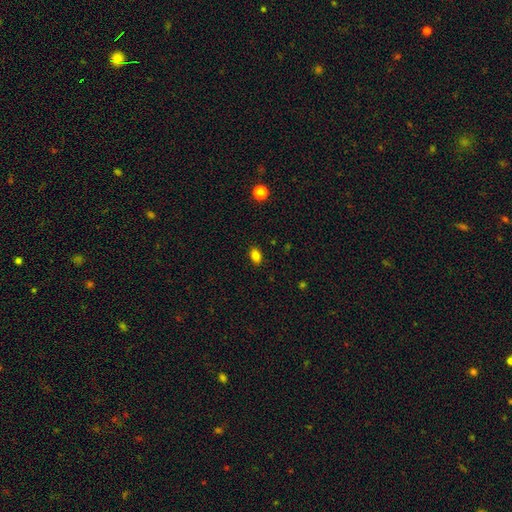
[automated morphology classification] This is clearly a smooth galaxy (84%). How rounded: clearly in between (84%). Merging: clearly none (88%).